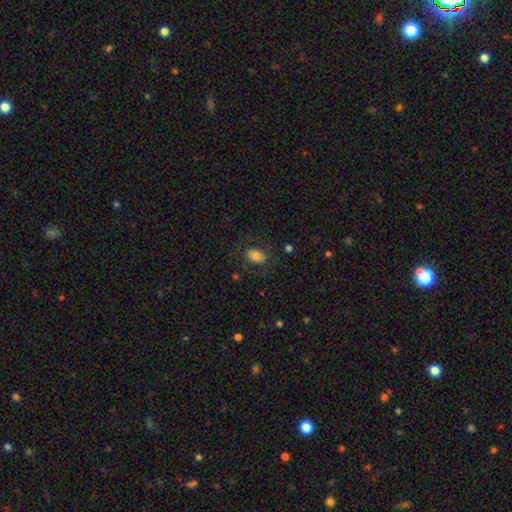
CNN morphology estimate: Q: Smooth or featured?
A: smooth (72%); runner-up: featured or disk (20%)
Q: How rounded?
A: in between (85%); runner-up: round (14%)
Q: Merging?
A: none (74%); runner-up: minor disturbance (14%)